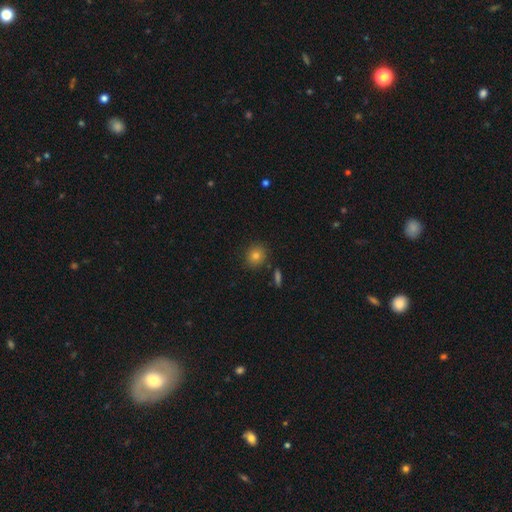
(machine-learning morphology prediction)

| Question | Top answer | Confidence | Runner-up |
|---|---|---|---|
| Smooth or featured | smooth | 79% | star or artifact (13%) |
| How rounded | round | 84% | in between (14%) |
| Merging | none | 87% | minor disturbance (8%) |